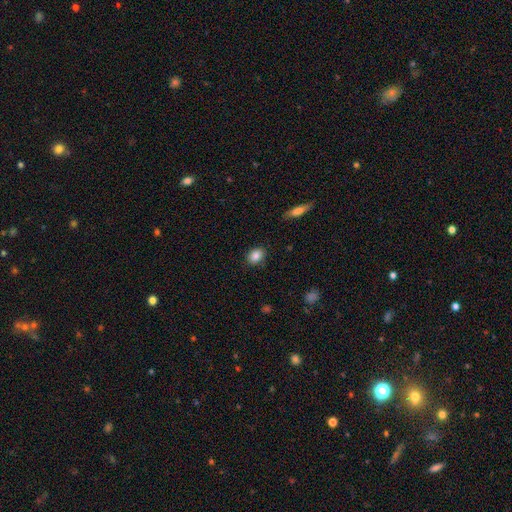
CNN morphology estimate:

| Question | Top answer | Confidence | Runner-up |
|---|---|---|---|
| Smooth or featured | smooth | 86% | star or artifact (9%) |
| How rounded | in between | 49% | tied: round (49%) |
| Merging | none | 86% | minor disturbance (10%) |